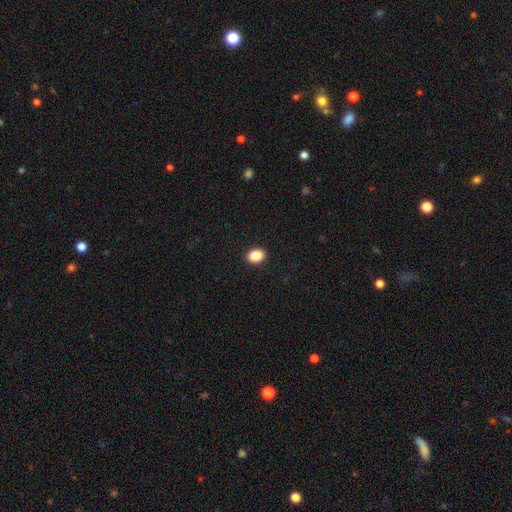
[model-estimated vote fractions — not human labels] This is clearly a smooth galaxy (87%). How rounded: likely in between (61%). Merging: clearly none (92%).